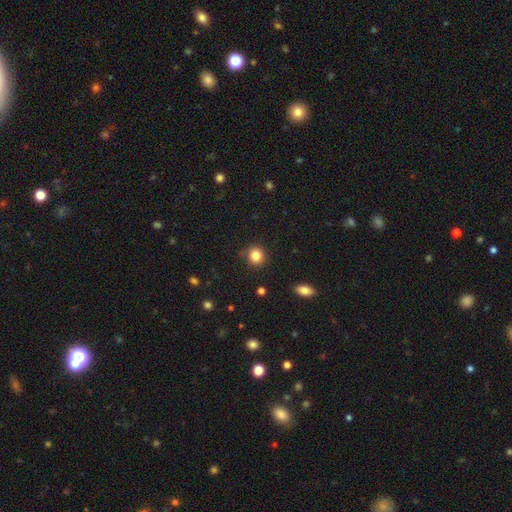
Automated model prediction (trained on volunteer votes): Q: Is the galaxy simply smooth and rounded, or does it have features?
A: smooth — 84%.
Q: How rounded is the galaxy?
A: round — 87%.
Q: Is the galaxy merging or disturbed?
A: none — 87%.